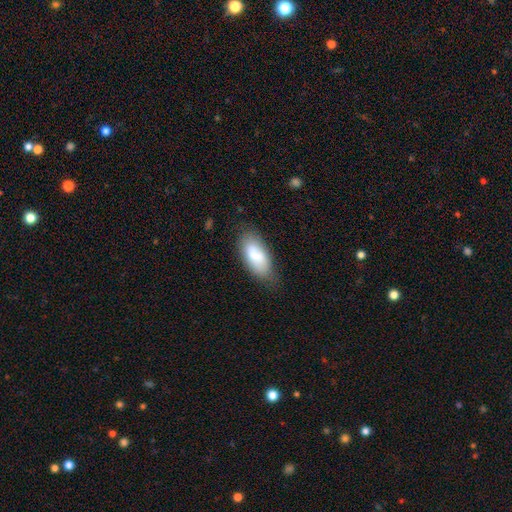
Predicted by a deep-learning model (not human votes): Smooth or featured?
  - smooth: 77% *
  - featured or disk: 16%
  - star or artifact: 7%
How rounded?
  - in between: 88% *
  - cigar-shaped: 9%
  - round: 2%
Merging?
  - none: 67% *
  - minor disturbance: 24%
  - major disturbance: 6%
  - merger: 3%